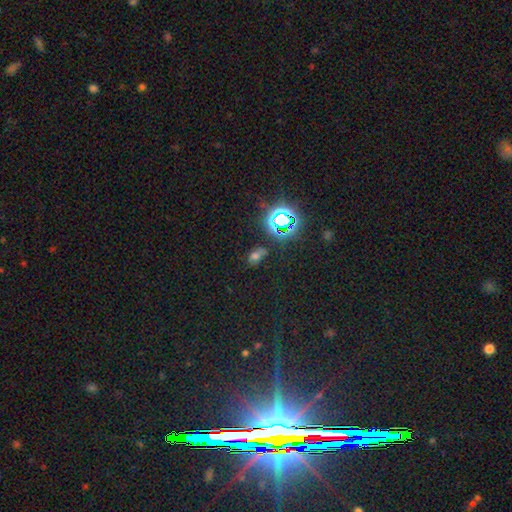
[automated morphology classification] This appears to be a smooth galaxy with no disk features (51%) that is in between round and cigar-shaped (76%). Merging: none (60%).